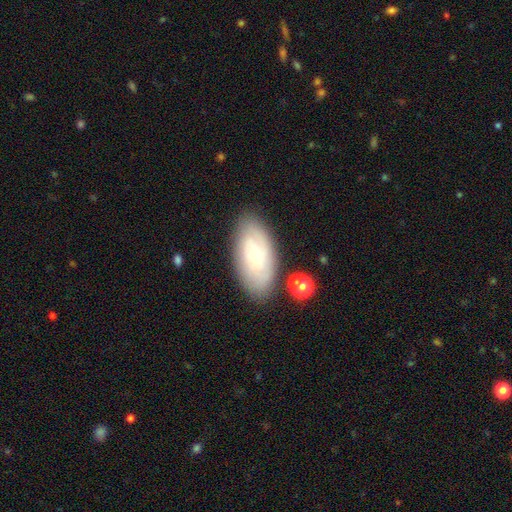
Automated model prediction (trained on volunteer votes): Morphology: type=featured or disk (47%); merging=none (77%).